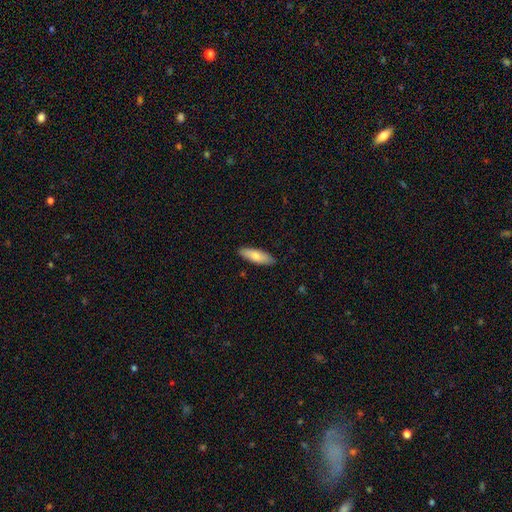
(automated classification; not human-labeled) Q: Smooth or featured?
A: smooth (76%); runner-up: featured or disk (19%)
Q: How rounded?
A: in between (55%); runner-up: cigar-shaped (43%)
Q: Merging?
A: none (88%); runner-up: minor disturbance (9%)